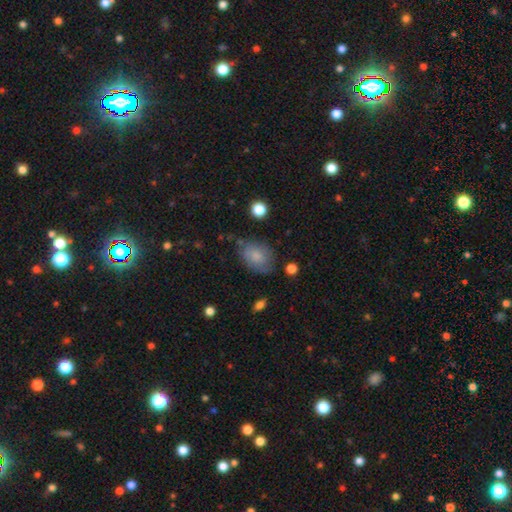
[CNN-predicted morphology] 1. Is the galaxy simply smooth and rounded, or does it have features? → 74% smooth, 17% featured or disk, 8% star or artifact.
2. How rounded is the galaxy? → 75% in between, 24% round, 1% cigar-shaped.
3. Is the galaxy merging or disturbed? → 61% none, 27% minor disturbance, 8% major disturbance, 3% merger.